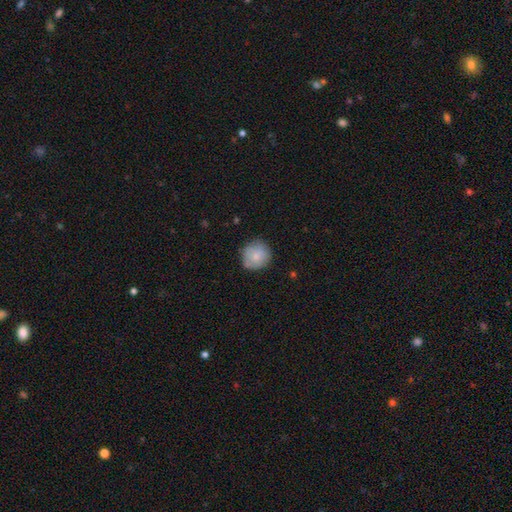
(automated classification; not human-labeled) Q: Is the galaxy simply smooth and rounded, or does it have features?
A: smooth — 76%.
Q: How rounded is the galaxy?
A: round — 90%.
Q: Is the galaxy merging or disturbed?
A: none — 76%.